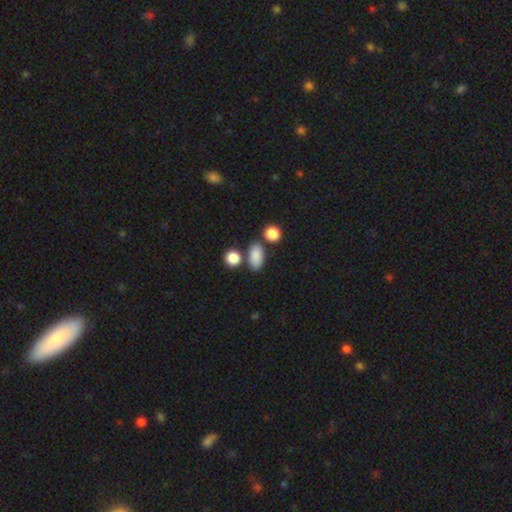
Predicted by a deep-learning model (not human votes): smooth-or-featured: smooth: 85% | star or artifact: 9% | featured or disk: 5%
  how-rounded: in between: 83% | round: 13% | cigar-shaped: 4%
  merging: none: 74% | minor disturbance: 12% | merger: 11% | major disturbance: 4%